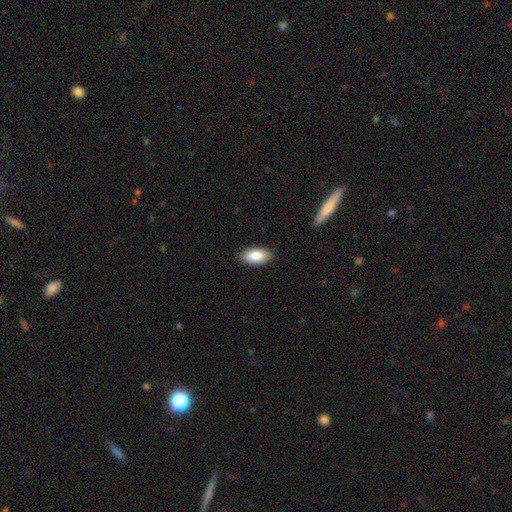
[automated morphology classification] type=smooth (87%); roundness=in between (93%); merging=none (89%).